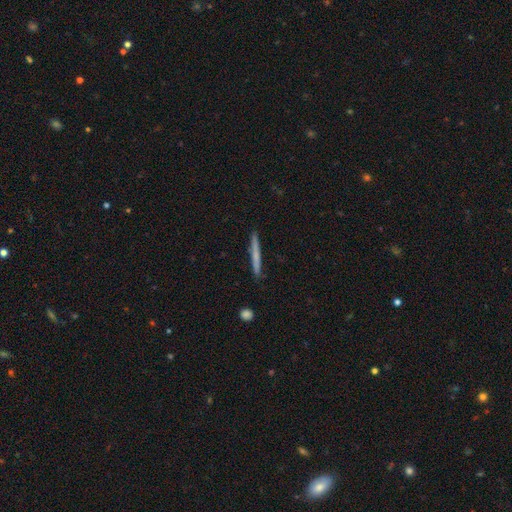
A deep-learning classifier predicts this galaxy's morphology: Overall: smooth (55%; featured or disk 39%). How rounded: cigar-shaped (96%). Merging: none (89%).